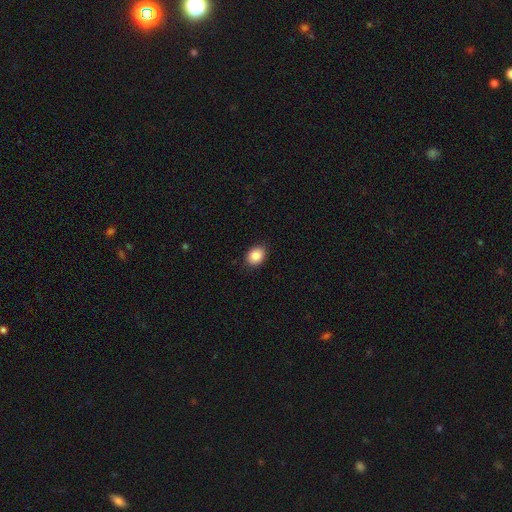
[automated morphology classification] Smooth or featured?
  - smooth: 87% *
  - star or artifact: 8%
  - featured or disk: 5%
How rounded?
  - in between: 58% *
  - round: 42%
  - cigar-shaped: 1%
Merging?
  - none: 87% *
  - minor disturbance: 10%
  - major disturbance: 2%
  - merger: 1%